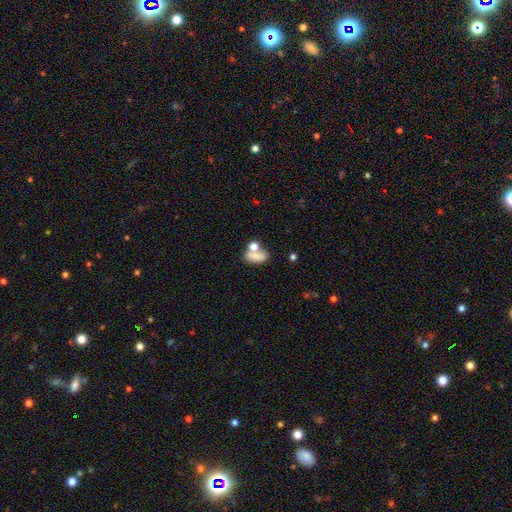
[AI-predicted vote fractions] smooth_or_featured: smooth (p=0.75) [alt: featured or disk p=0.14]
how_rounded: in between (p=0.76) [alt: round p=0.15]
merging: none (p=0.41) [alt: merger p=0.35]